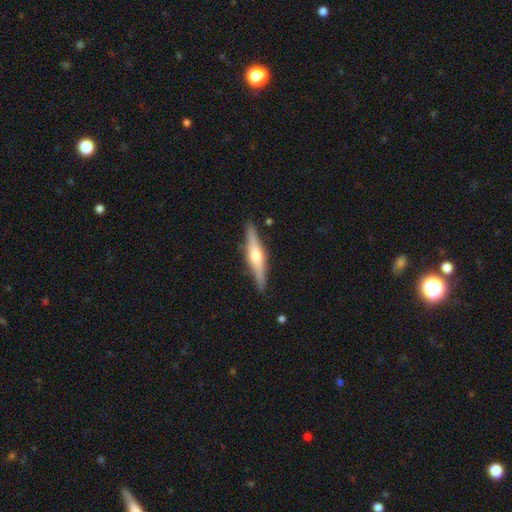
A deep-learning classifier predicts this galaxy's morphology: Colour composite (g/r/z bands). It shows a featured or disk galaxy (65%) viewed edge-on (96%) with a rounded central bulge (89%). Merging: none (89%).